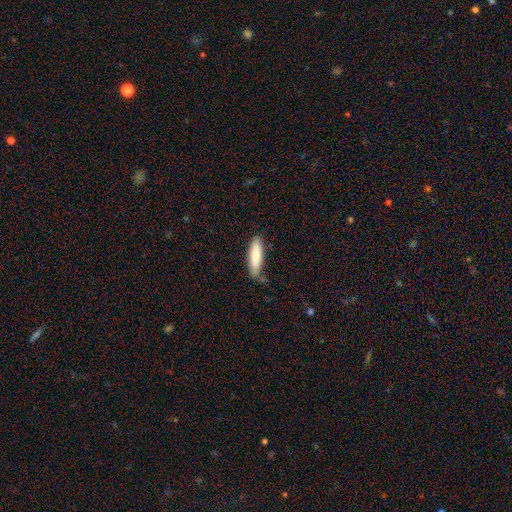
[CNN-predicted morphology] Q: Smooth or featured?
A: smooth (80%); runner-up: featured or disk (14%)
Q: How rounded?
A: cigar-shaped (65%); runner-up: in between (33%)
Q: Merging?
A: none (73%); runner-up: minor disturbance (20%)